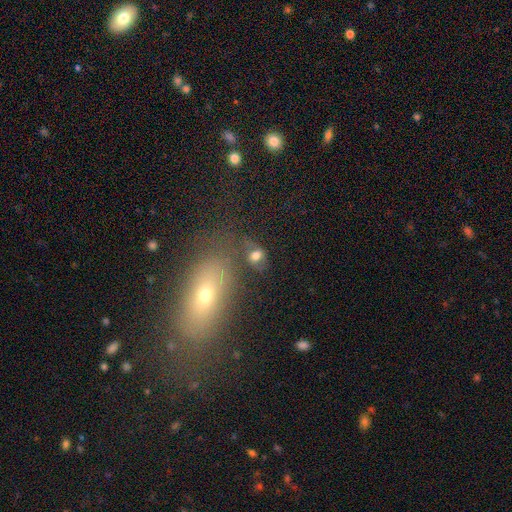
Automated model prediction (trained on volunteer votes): Smooth or featured? Predicted: smooth (p=0.67). How rounded? Predicted: in between (p=0.57). Merging? Predicted: none (p=0.53).